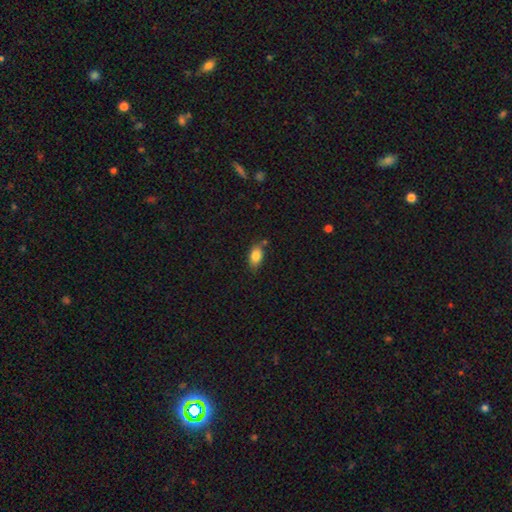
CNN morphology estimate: smooth_or_featured: smooth (p=0.84) [alt: star or artifact p=0.08]
how_rounded: in between (p=0.89) [alt: round p=0.08]
merging: none (p=0.69) [alt: minor disturbance p=0.20]